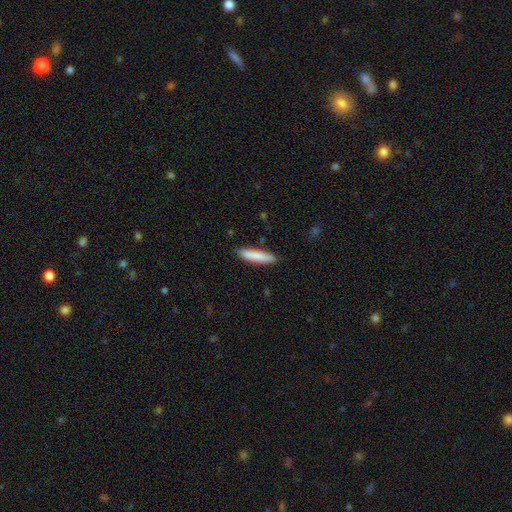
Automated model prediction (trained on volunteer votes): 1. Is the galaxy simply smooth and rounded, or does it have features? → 85% smooth, 9% featured or disk, 6% star or artifact.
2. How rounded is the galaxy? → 82% cigar-shaped, 17% in between, 1% round.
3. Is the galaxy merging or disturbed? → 87% none, 9% minor disturbance, 2% major disturbance, 1% merger.